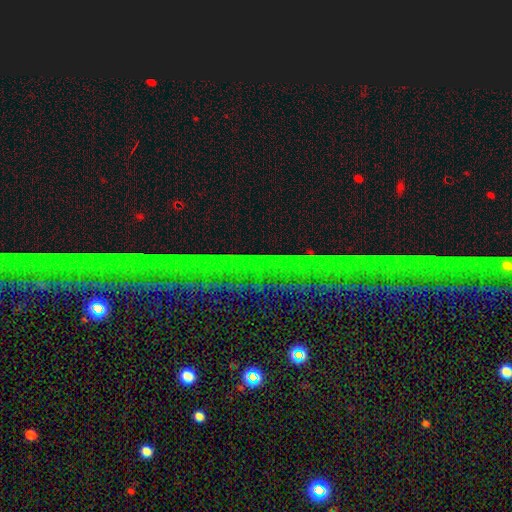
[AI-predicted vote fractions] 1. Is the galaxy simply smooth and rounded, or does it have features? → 81% star or artifact, 10% featured or disk, 9% smooth.